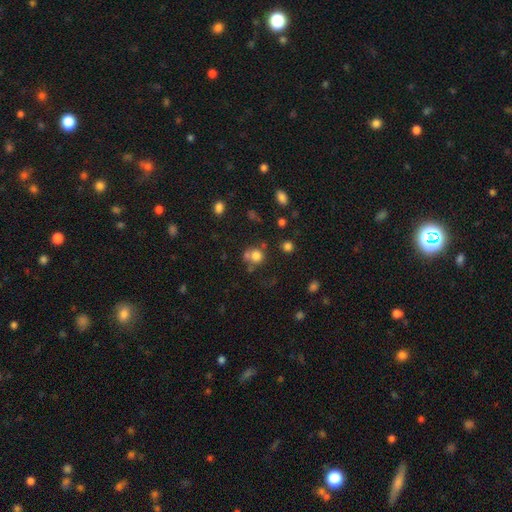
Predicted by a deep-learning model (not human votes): Morphology: type=smooth (74%); roundness=round (83%); merging=none (51%).